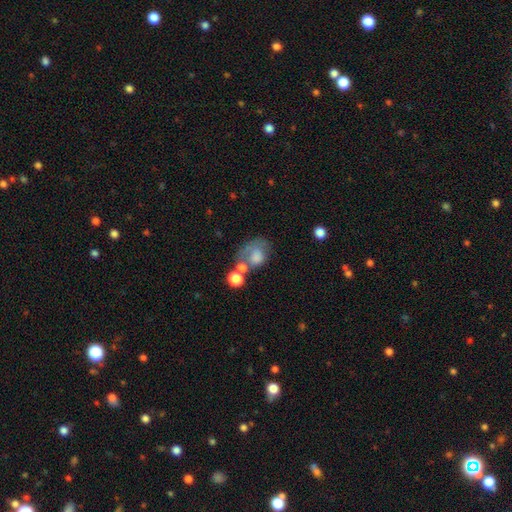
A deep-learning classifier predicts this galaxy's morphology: A smooth galaxy with no disk features (64%) that is in between round and cigar-shaped (62%). Merging: none (30%).